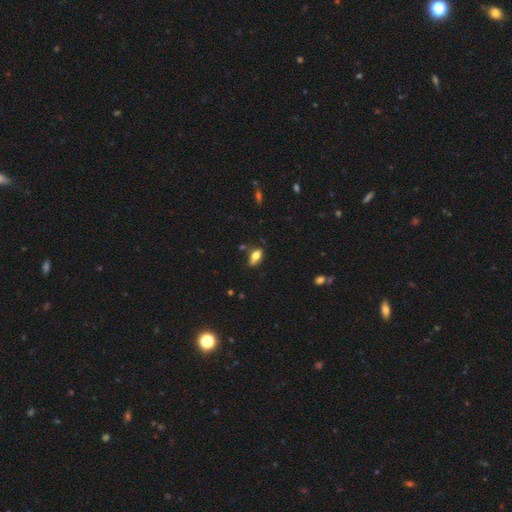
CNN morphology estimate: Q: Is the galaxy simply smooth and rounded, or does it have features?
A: smooth — 70%.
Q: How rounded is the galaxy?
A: in between — 84%.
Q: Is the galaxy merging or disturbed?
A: none — 65%.